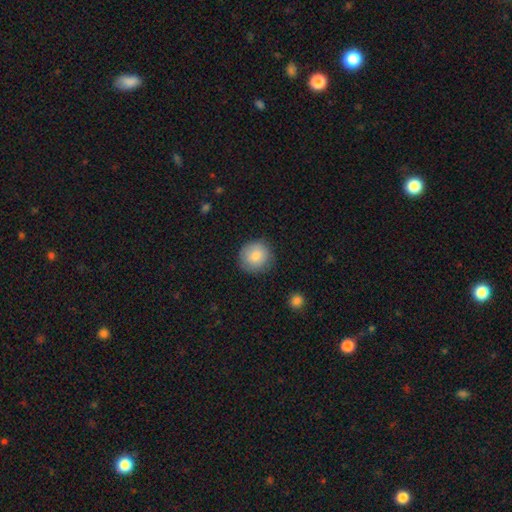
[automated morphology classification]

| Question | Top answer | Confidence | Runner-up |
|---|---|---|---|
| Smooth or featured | smooth | 82% | featured or disk (11%) |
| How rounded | round | 92% | in between (7%) |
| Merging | none | 85% | minor disturbance (11%) |